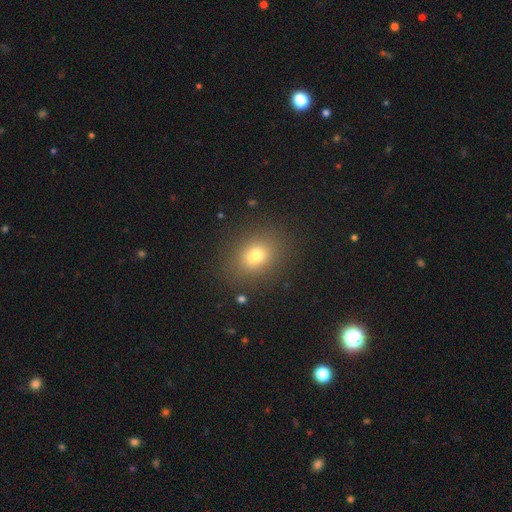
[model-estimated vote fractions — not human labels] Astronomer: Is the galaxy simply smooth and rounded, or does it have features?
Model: smooth — 74%.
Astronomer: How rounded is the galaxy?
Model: round — 54% (runner-up: in between, 45%).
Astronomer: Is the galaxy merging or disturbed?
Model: none — 86%.